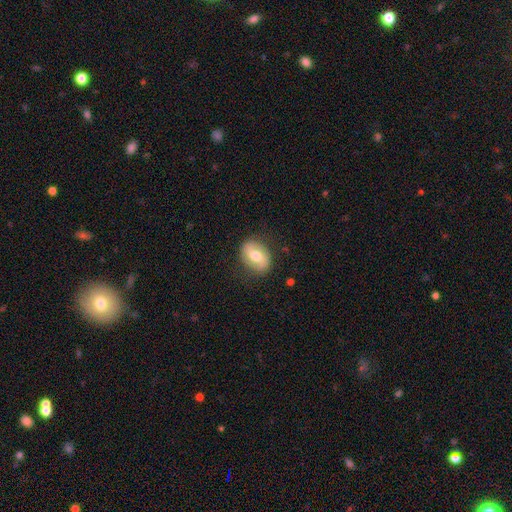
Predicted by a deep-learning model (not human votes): This appears to be a featured or disk galaxy (52%). Merging: none (81%).